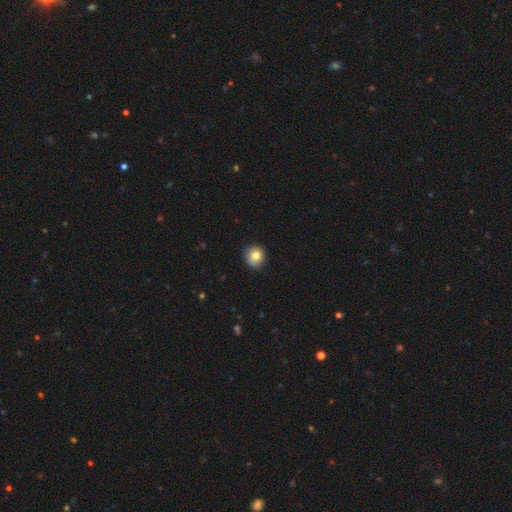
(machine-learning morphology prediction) Smooth or featured? Predicted: smooth (p=0.79). How rounded? Predicted: round (p=0.90). Merging? Predicted: none (p=0.86).